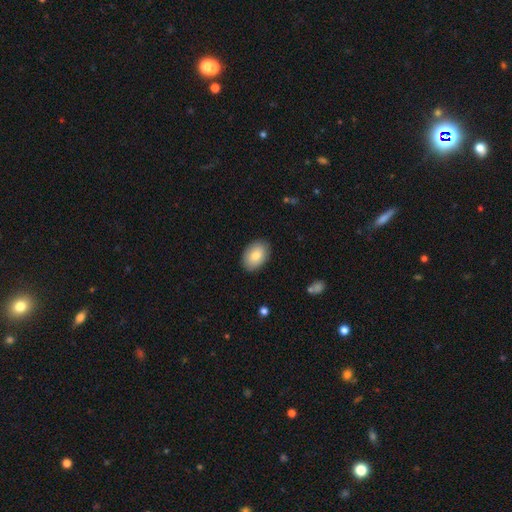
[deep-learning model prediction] smooth-or-featured: smooth: 83% | featured or disk: 10% | star or artifact: 6%
  how-rounded: in between: 87% | round: 12% | cigar-shaped: 1%
  merging: none: 88% | minor disturbance: 9% | major disturbance: 2% | merger: 1%